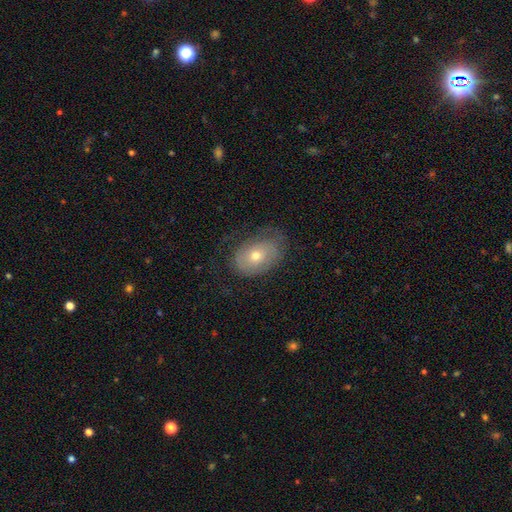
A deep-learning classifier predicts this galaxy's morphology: Overall: smooth (49%; featured or disk 42%). Merging: none (63%).